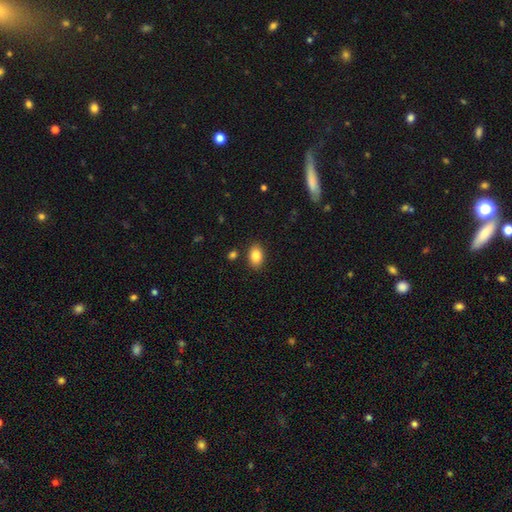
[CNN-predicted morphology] Smooth or featured? Predicted: smooth (p=0.87). How rounded? Predicted: in between (p=0.85). Merging? Predicted: none (p=0.87).